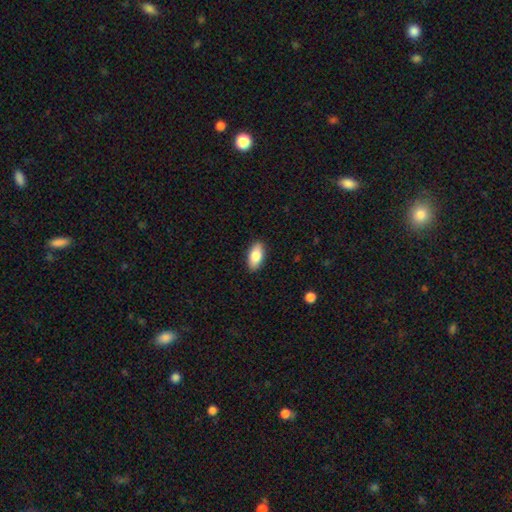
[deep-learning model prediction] smooth_or_featured: smooth (p=0.83) [alt: featured or disk p=0.10]
how_rounded: in between (p=0.91) [alt: cigar-shaped p=0.06]
merging: none (p=0.90) [alt: minor disturbance p=0.08]